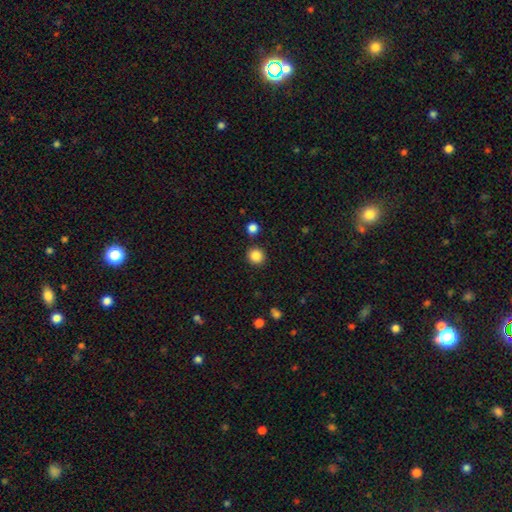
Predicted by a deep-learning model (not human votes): smooth-or-featured: smooth: 86% | star or artifact: 10% | featured or disk: 4%
  how-rounded: round: 91% | in between: 8% | cigar-shaped: 1%
  merging: none: 89% | minor disturbance: 6% | merger: 3% | major disturbance: 2%